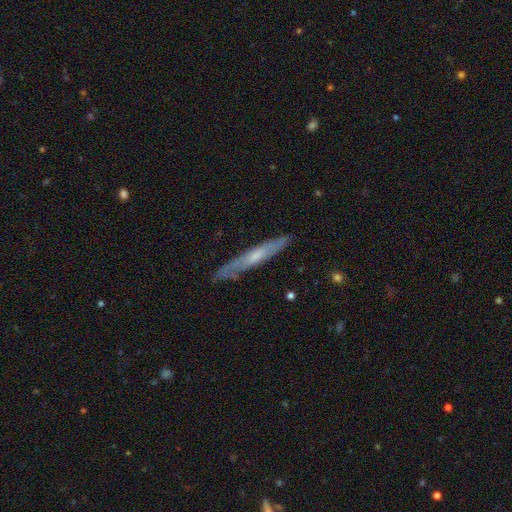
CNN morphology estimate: smooth-or-featured: featured or disk: 58% | smooth: 36% | star or artifact: 6%
  disk-edge-on: yes: 83% | no: 17%
  merging: none: 82% | minor disturbance: 14% | major disturbance: 3% | merger: 1%